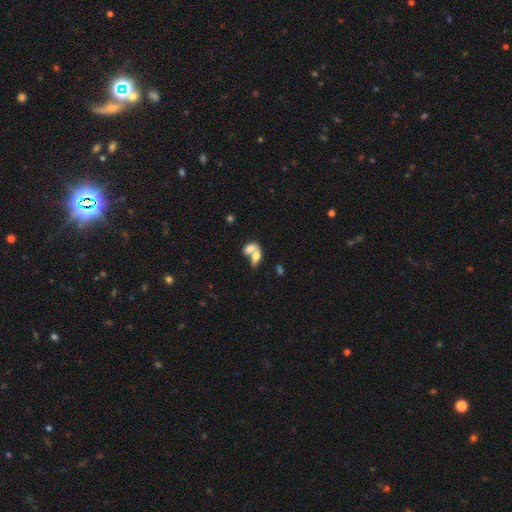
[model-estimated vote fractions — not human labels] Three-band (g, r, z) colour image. It shows a smooth galaxy with no disk features (69%) that is in between round and cigar-shaped (83%). Merging: merger (73%).